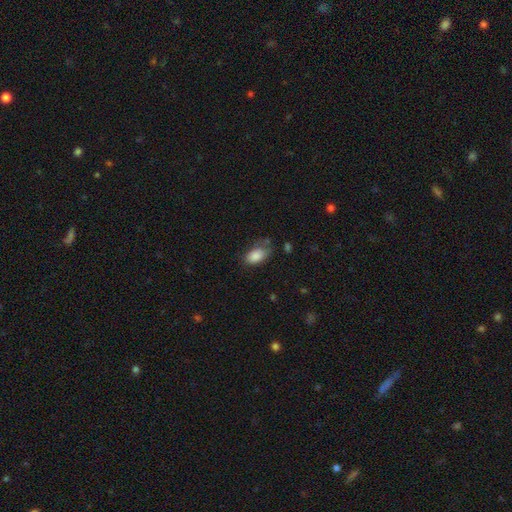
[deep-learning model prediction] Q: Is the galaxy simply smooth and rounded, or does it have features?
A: smooth — 84%.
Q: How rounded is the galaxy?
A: in between — 92%.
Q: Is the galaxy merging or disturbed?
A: none — 51%.